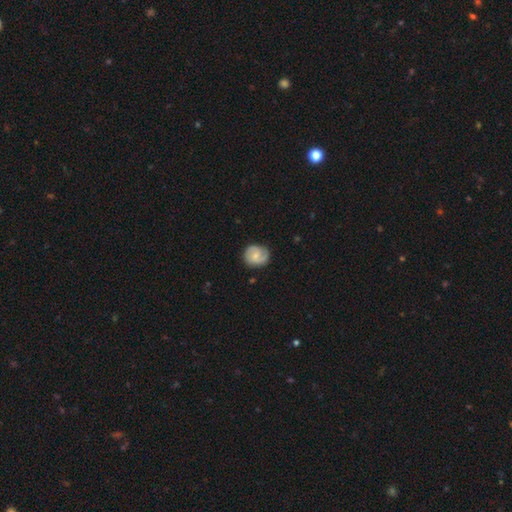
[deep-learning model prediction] Smooth or featured: featured or disk — 53% (smooth — 40%)
Edge-on disk: no — 98% (yes — 2%)
Bar: no — 52% (weak — 41%)
Spiral arms: yes — 88% (no — 12%)
Bulge size: small — 49% (moderate — 36%)
Merging: none — 78% (minor disturbance — 16%)